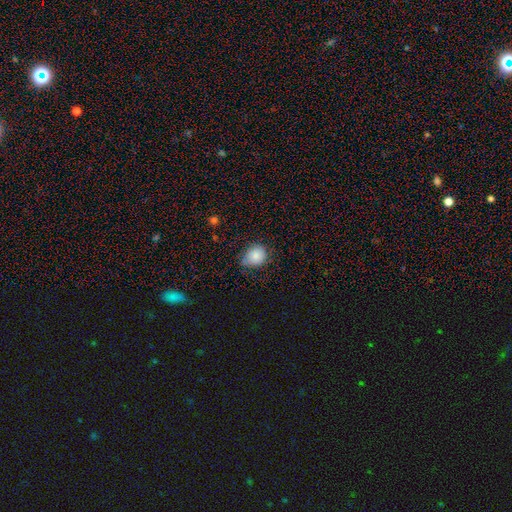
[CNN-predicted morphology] Smooth or featured?
  - smooth: 83% *
  - star or artifact: 9%
  - featured or disk: 8%
How rounded?
  - round: 67% *
  - in between: 32%
  - cigar-shaped: 1%
Merging?
  - none: 68% *
  - minor disturbance: 25%
  - major disturbance: 5%
  - merger: 2%